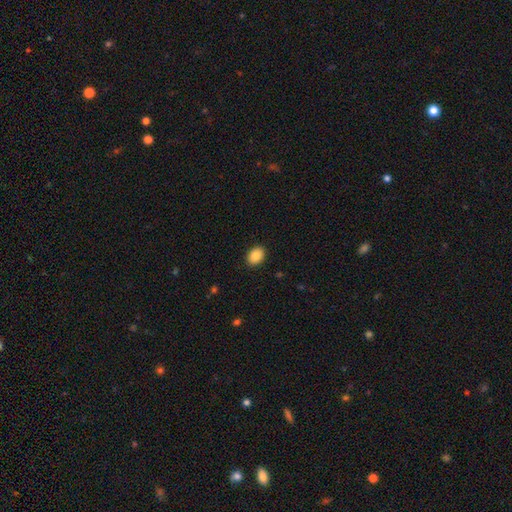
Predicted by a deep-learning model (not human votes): A smooth galaxy with no disk features (88%) that is in between round and cigar-shaped (72%).

Vote fractions:
- Smooth or featured? smooth: 88% / star or artifact: 8% / featured or disk: 4%
- How rounded? in between: 72% / round: 27% / cigar-shaped: 1%
- Merging? none: 90% / minor disturbance: 7% / major disturbance: 2% / merger: 1%